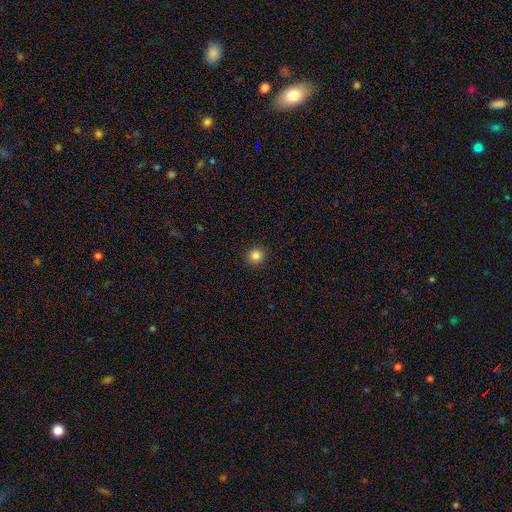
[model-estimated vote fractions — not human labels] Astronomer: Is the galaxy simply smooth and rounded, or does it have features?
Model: smooth — 85%.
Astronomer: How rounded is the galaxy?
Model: round — 90%.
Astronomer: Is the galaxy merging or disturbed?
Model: none — 92%.